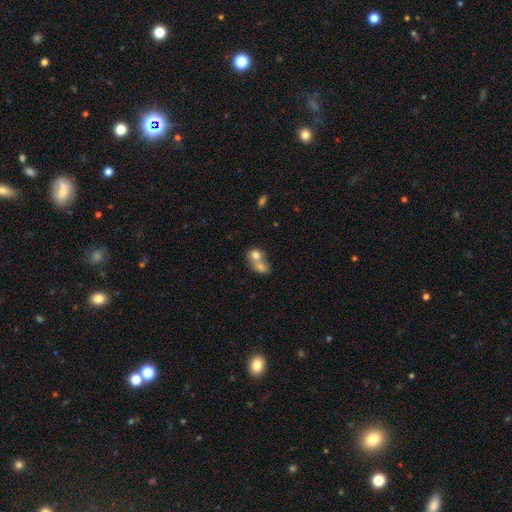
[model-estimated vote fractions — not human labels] smooth-or-featured: smooth: 72% | featured or disk: 19% | star or artifact: 9%
  how-rounded: round: 56% | in between: 42% | cigar-shaped: 1%
  merging: merger: 71% | none: 19% | minor disturbance: 6% | major disturbance: 4%